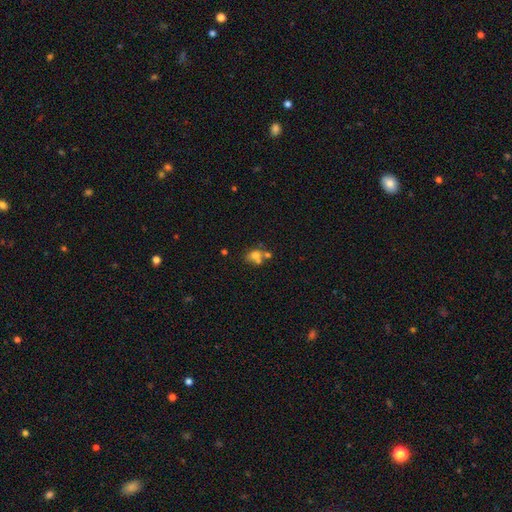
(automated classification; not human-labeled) This is likely a smooth galaxy (66%). How rounded: possibly round (53%). Merging: marginally merger (44%).